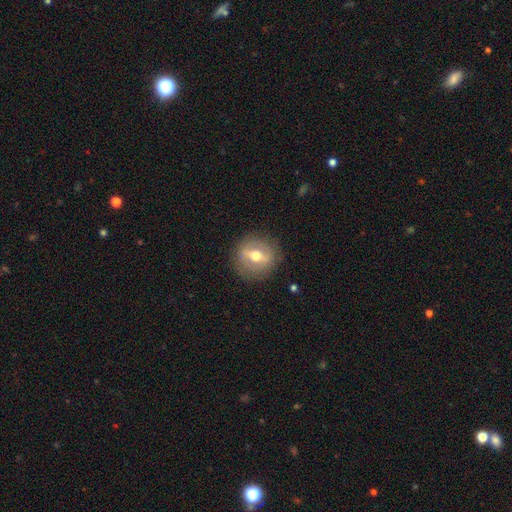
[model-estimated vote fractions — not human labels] Smooth or featured?
  - featured or disk: 60% *
  - smooth: 32%
  - star or artifact: 8%
Edge-on disk?
  - no: 82% *
  - yes: 18%
Merging?
  - none: 86% *
  - minor disturbance: 9%
  - major disturbance: 4%
  - merger: 1%